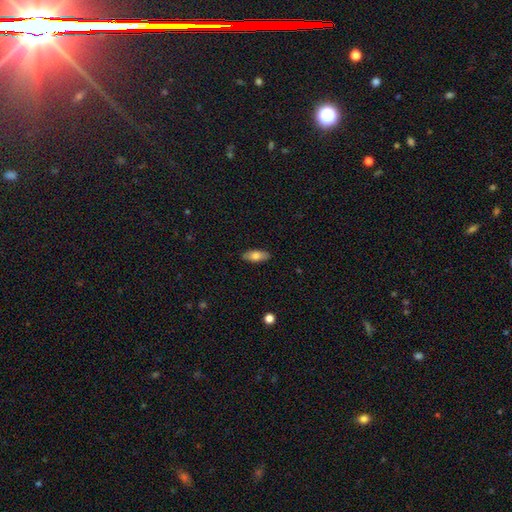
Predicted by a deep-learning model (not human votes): This appears to be a smooth galaxy with no disk features (76%) that is in between round and cigar-shaped (81%). Merging: none (88%).